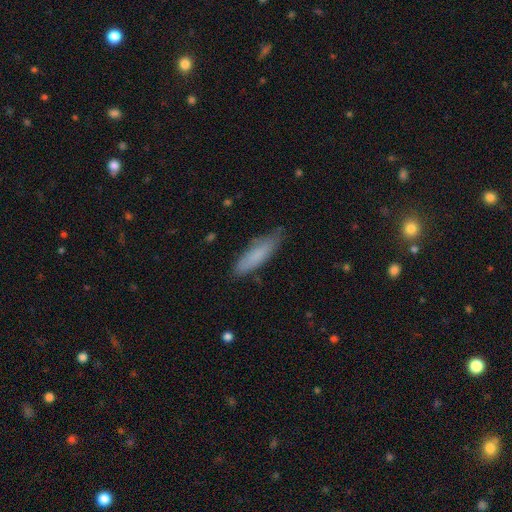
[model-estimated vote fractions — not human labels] Smooth or featured? smooth (78%)
How rounded? cigar-shaped (62%)
Merging? none (74%)